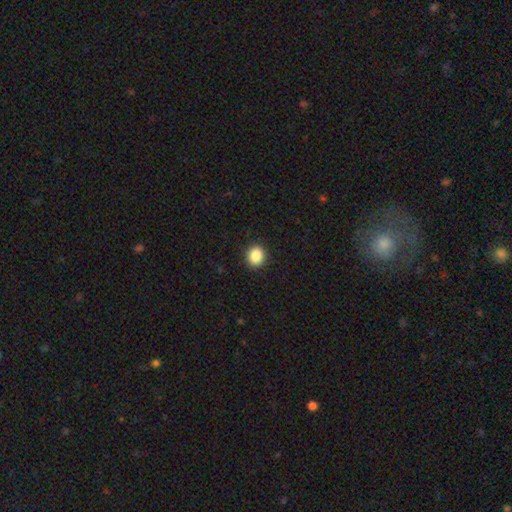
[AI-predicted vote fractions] smooth-or-featured: smooth: 88% | star or artifact: 9% | featured or disk: 3%
  how-rounded: round: 73% | in between: 26% | cigar-shaped: 1%
  merging: none: 91% | minor disturbance: 6% | major disturbance: 2% | merger: 1%